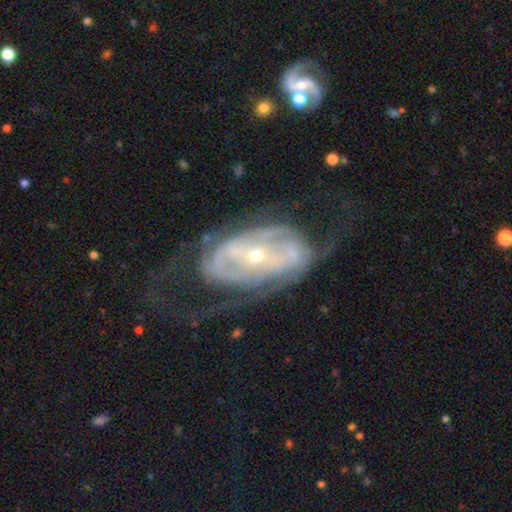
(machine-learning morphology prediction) smooth-or-featured: featured or disk: 84% | smooth: 10% | star or artifact: 6%
  disk-edge-on: no: 94% | yes: 6%
    bar: no: 44% | strong: 29% | weak: 28%
    has-spiral-arms: yes: 77% | no: 23%
      spiral-winding: tight: 45% | medium: 36% | loose: 20%
      spiral-arm-count: 2: 54% | can't tell: 29% | 3: 7% | 1: 4% | 4: 3% | more than 4: 3%
    bulge-size: small: 63% | moderate: 33% | large: 2% | dominant: 1% | none: 1%
  merging: none: 50% | major disturbance: 29% | minor disturbance: 18% | merger: 3%